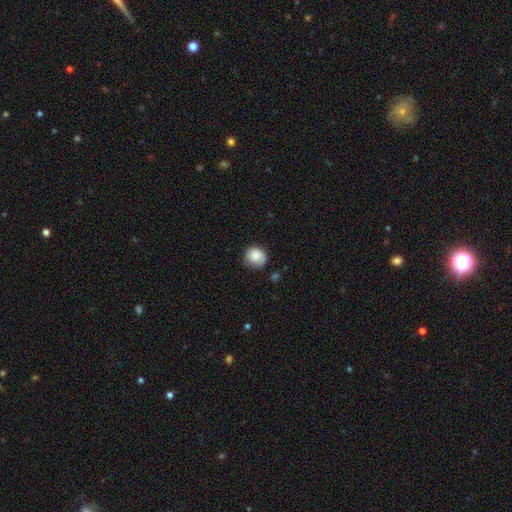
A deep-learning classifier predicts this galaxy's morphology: smooth-or-featured: smooth: 80% | featured or disk: 12% | star or artifact: 8%
  how-rounded: round: 84% | in between: 16% | cigar-shaped: 1%
  merging: none: 71% | minor disturbance: 22% | major disturbance: 5% | merger: 2%